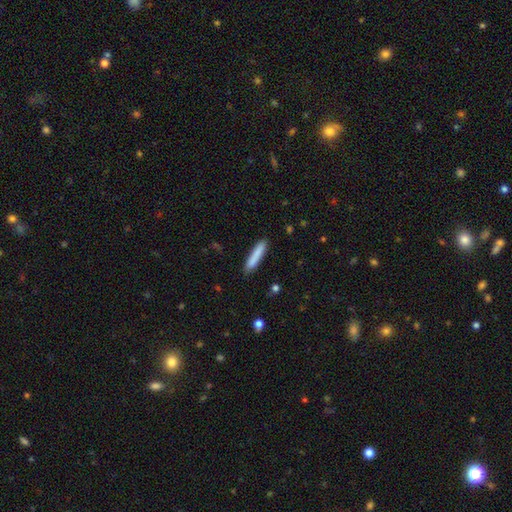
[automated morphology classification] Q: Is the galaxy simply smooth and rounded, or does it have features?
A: smooth — 84%.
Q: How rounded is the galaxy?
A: cigar-shaped — 90%.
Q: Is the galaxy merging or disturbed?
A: none — 87%.